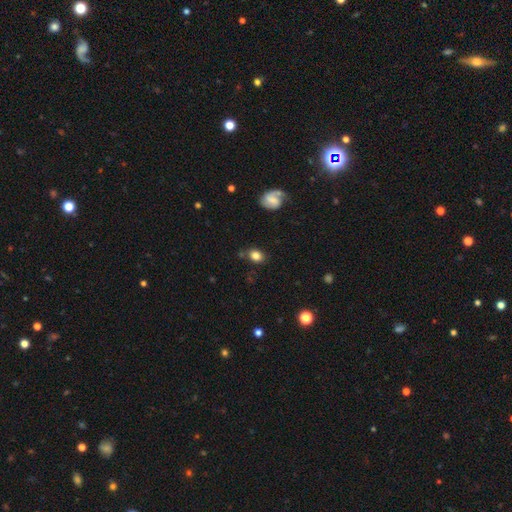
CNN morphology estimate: Smooth or featured: smooth — 80% (featured or disk — 11%)
How rounded: in between — 57% (round — 41%)
Merging: none — 74% (minor disturbance — 17%)